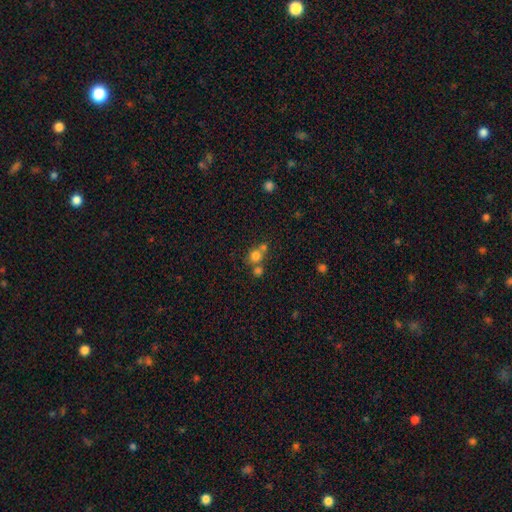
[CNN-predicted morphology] smooth 75%, star or artifact 15%, featured or disk 10%. Down the decision tree: how rounded — round (84%); merging — none (48%).